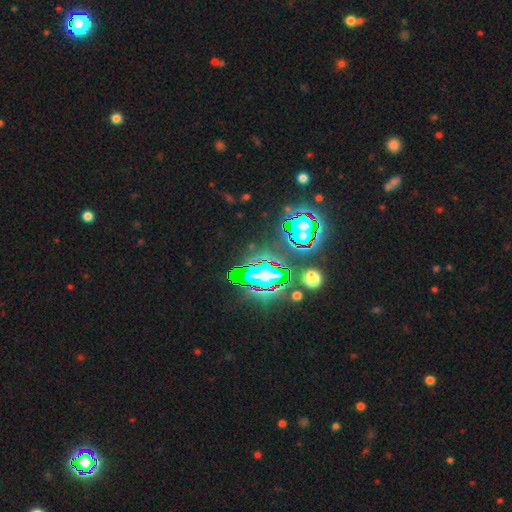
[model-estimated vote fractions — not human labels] Morphology: type=star or artifact (81%).